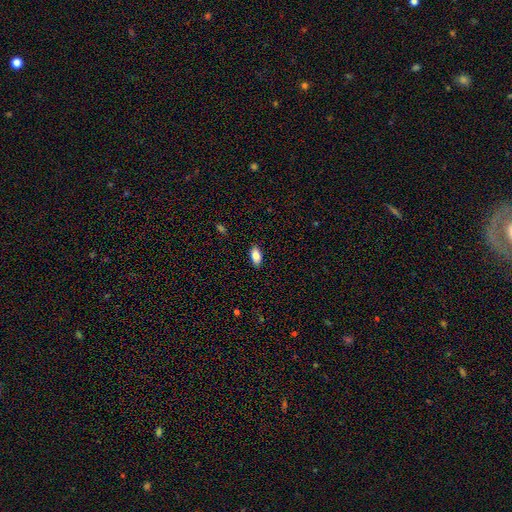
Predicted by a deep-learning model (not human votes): Smooth or featured? smooth (85%)
How rounded? in between (92%)
Merging? none (88%)